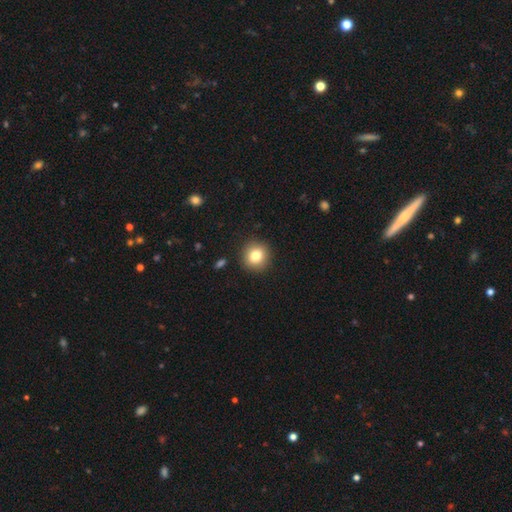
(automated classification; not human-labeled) Overall: smooth (81%). How rounded: round (91%). Merging: none (91%).